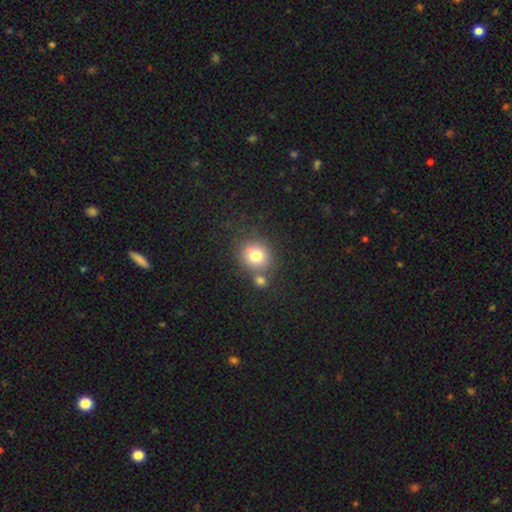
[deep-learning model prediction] This is likely a smooth galaxy (77%). How rounded: clearly round (82%). Merging: possibly none (59%).